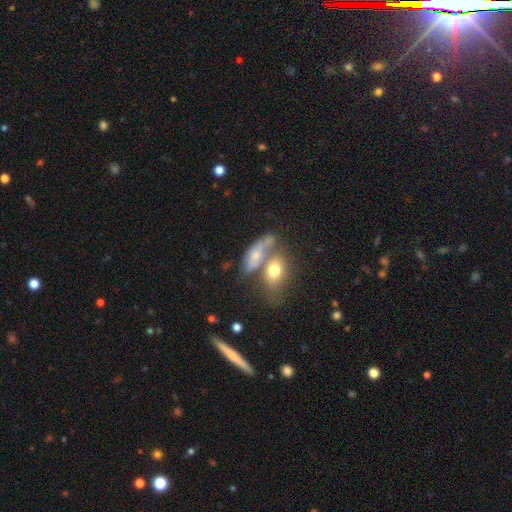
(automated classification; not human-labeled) Q: Smooth or featured?
A: smooth (62%); runner-up: featured or disk (30%)
Q: How rounded?
A: in between (74%); runner-up: cigar-shaped (16%)
Q: Merging?
A: merger (48%); runner-up: none (28%)